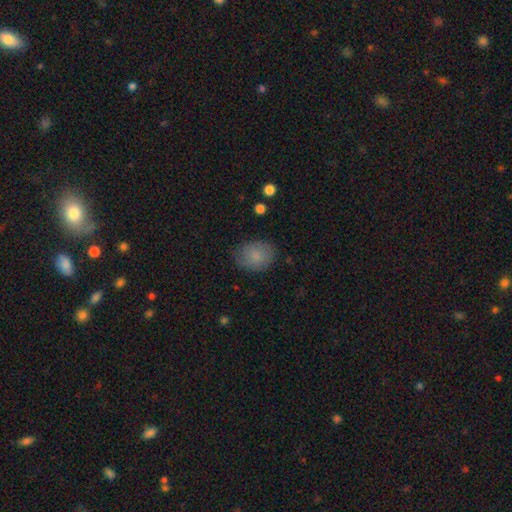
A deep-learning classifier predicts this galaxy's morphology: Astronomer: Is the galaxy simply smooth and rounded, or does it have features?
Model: smooth — 80%.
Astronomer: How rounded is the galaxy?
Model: in between — 57% (runner-up: round, 42%).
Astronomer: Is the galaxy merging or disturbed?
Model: none — 73%.